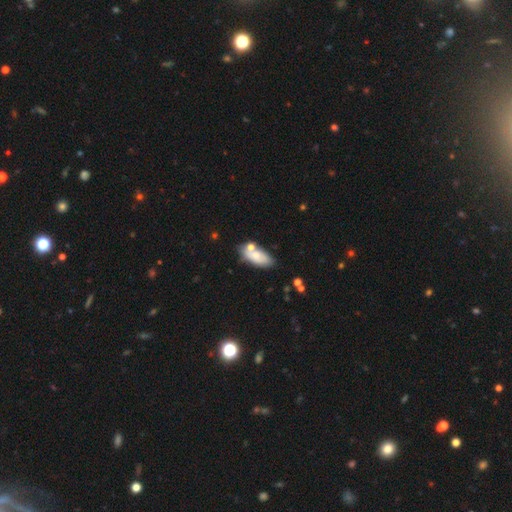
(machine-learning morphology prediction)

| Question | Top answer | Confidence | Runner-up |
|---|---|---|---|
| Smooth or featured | smooth | 71% | featured or disk (22%) |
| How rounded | in between | 87% | cigar-shaped (11%) |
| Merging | none | 59% | minor disturbance (19%) |